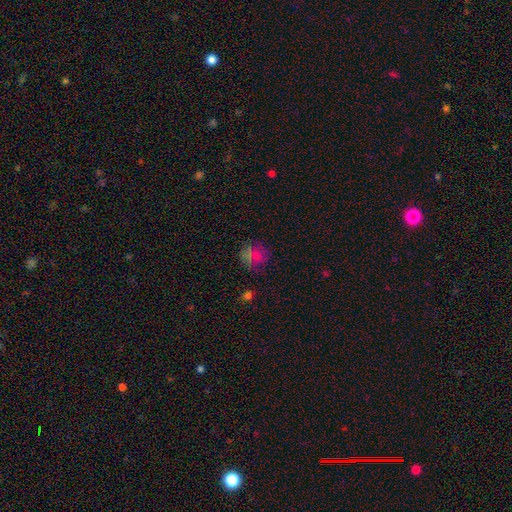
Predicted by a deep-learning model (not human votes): Smooth or featured?
  - smooth: 61% *
  - star or artifact: 24%
  - featured or disk: 15%
How rounded?
  - round: 80% *
  - in between: 19%
  - cigar-shaped: 1%
Merging?
  - none: 72% *
  - minor disturbance: 17%
  - major disturbance: 8%
  - merger: 4%